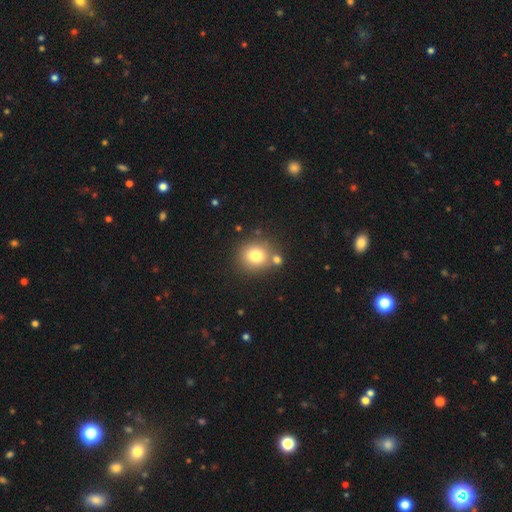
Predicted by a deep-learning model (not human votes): smooth_or_featured: smooth (p=0.77) [alt: star or artifact p=0.12]
how_rounded: round (p=0.84) [alt: in between p=0.15]
merging: none (p=0.73) [alt: merger p=0.14]